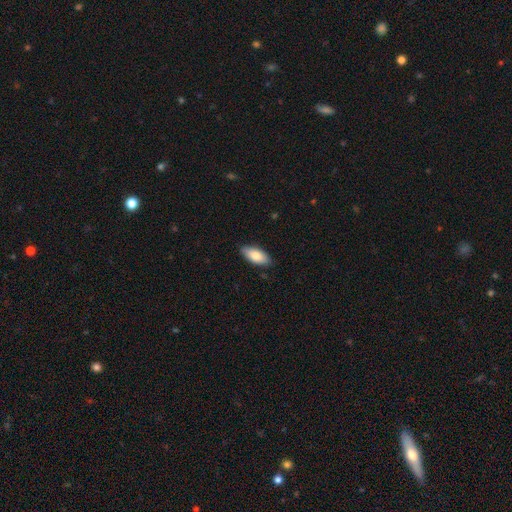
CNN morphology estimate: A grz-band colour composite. It shows a smooth galaxy with no disk features (82%) that is in between round and cigar-shaped (90%). Merging: none (86%).